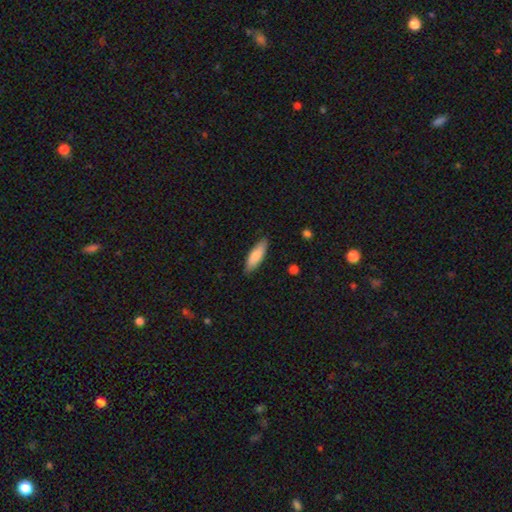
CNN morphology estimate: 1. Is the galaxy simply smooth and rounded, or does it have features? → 83% smooth, 12% featured or disk, 5% star or artifact.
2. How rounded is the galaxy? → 51% in between, 48% cigar-shaped, 2% round.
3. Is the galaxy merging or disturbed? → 87% none, 10% minor disturbance, 2% major disturbance, 1% merger.